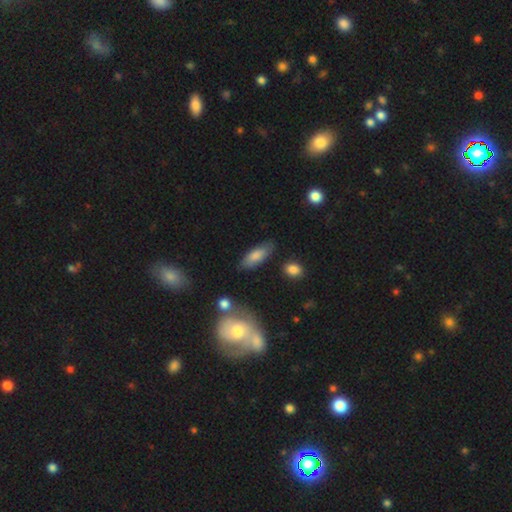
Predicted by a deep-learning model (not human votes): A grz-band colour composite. It shows a smooth galaxy with no disk features (78%) that is in between round and cigar-shaped (74%). Merging: none (78%).